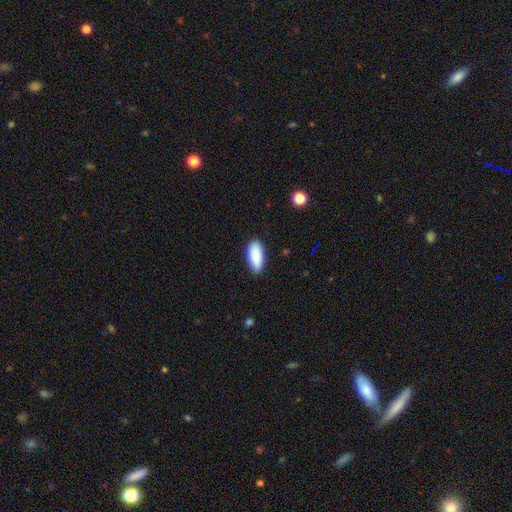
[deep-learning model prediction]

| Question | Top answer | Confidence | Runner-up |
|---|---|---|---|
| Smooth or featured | smooth | 89% | star or artifact (6%) |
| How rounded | in between | 87% | cigar-shaped (11%) |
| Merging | none | 86% | minor disturbance (11%) |